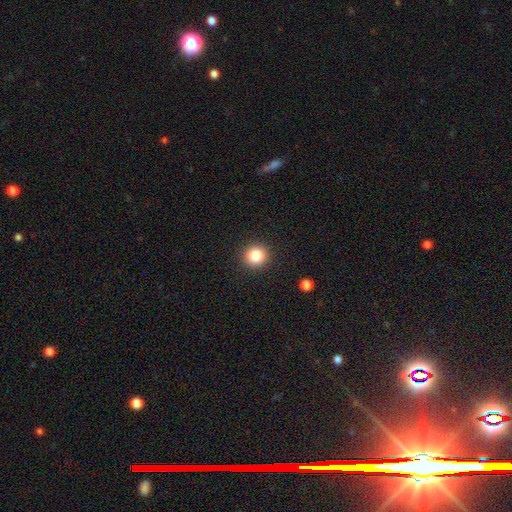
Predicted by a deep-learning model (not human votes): smooth_or_featured: smooth (p=0.84) [alt: star or artifact p=0.11]
how_rounded: round (p=0.90) [alt: in between p=0.09]
merging: none (p=0.91) [alt: minor disturbance p=0.06]